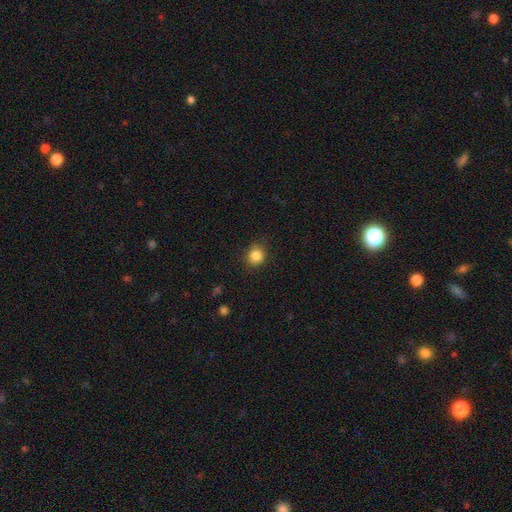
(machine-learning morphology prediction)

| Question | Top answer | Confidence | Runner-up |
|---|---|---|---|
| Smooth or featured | smooth | 85% | star or artifact (11%) |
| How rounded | round | 86% | in between (13%) |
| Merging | none | 85% | minor disturbance (11%) |